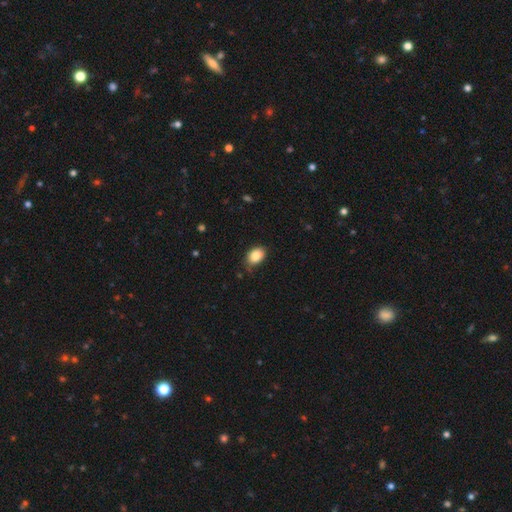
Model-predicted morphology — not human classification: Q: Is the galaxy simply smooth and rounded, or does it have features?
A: smooth — 86%.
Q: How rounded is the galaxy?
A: in between — 81%.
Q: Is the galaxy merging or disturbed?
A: none — 75%.